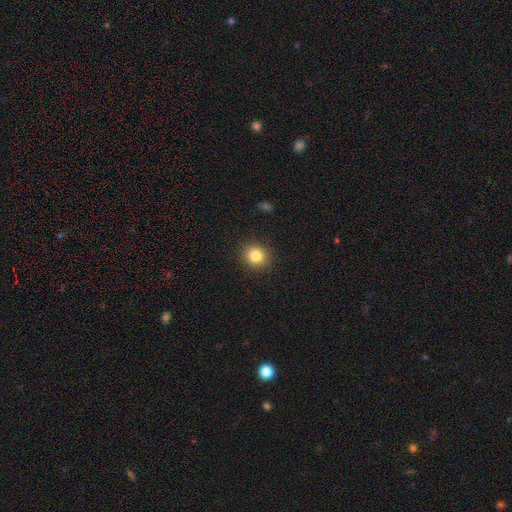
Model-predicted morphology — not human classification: Q: Smooth or featured?
A: smooth (83%); runner-up: star or artifact (11%)
Q: How rounded?
A: round (81%); runner-up: in between (18%)
Q: Merging?
A: none (91%); runner-up: minor disturbance (6%)